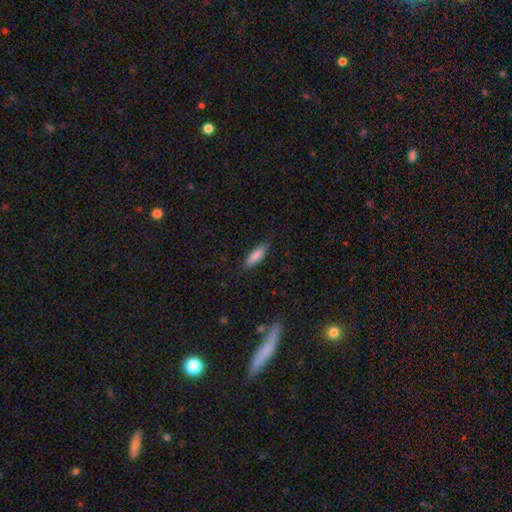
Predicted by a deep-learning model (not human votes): smooth 84%, featured or disk 9%, star or artifact 6%. Down the decision tree: how rounded — cigar-shaped (53%); merging — none (85%).